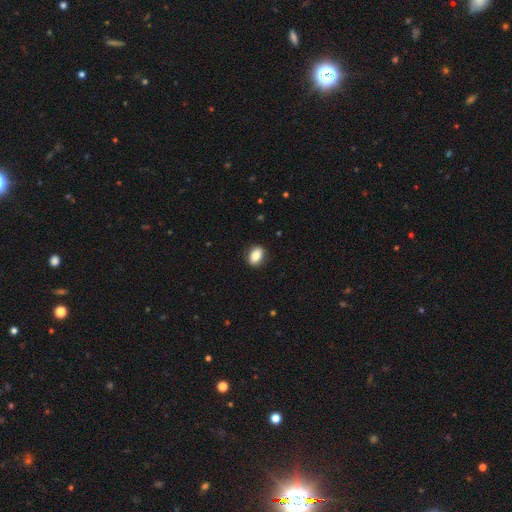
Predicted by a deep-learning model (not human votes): smooth 85%, star or artifact 8%, featured or disk 7%. Down the decision tree: how rounded — in between (81%); merging — none (88%).